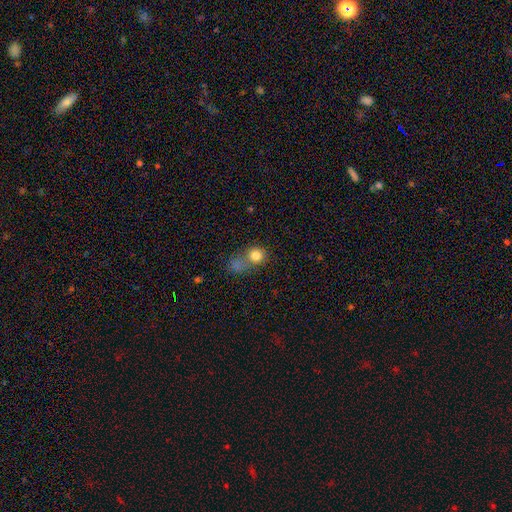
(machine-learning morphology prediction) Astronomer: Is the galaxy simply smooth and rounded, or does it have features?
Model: smooth — 80%.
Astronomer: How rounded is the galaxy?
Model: round — 80%.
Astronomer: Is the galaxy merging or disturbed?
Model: none — 42% (runner-up: merger, 36%).